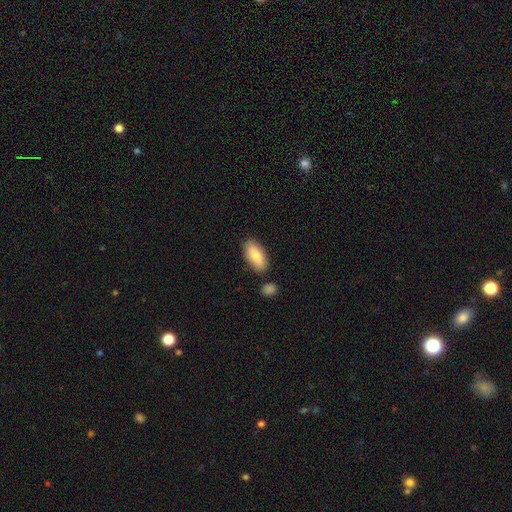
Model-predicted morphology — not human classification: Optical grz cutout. It shows a smooth galaxy with no disk features (80%) that is in between round and cigar-shaped (86%). Merging: none (81%).